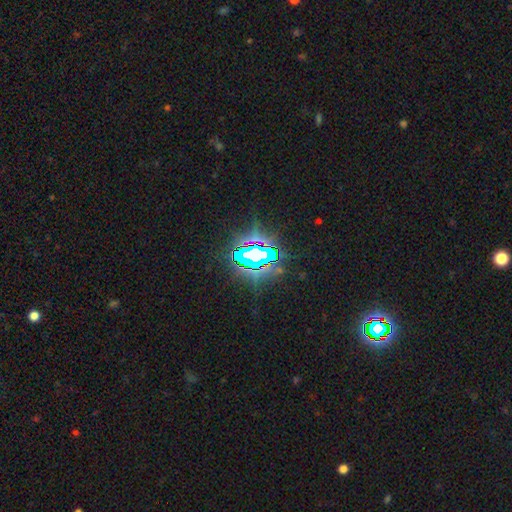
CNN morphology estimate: This appears to be a star or artifact, not a galaxy (76%).